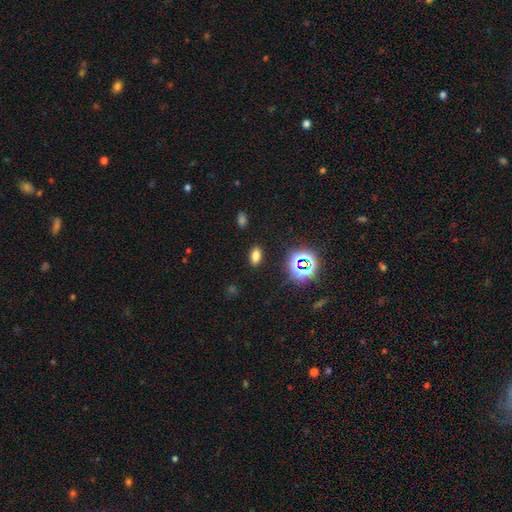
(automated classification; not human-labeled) Smooth or featured? Predicted: smooth (p=0.69). How rounded? Predicted: in between (p=0.85). Merging? Predicted: none (p=0.88).